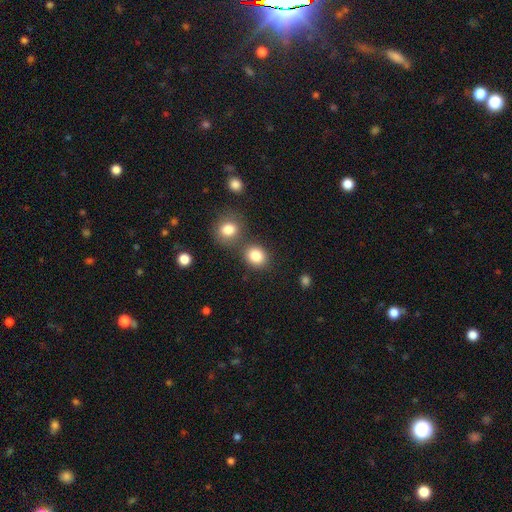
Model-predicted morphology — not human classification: smooth_or_featured: smooth (p=0.84) [alt: star or artifact p=0.10]
how_rounded: round (p=0.68) [alt: in between p=0.31]
merging: none (p=0.67) [alt: merger p=0.21]